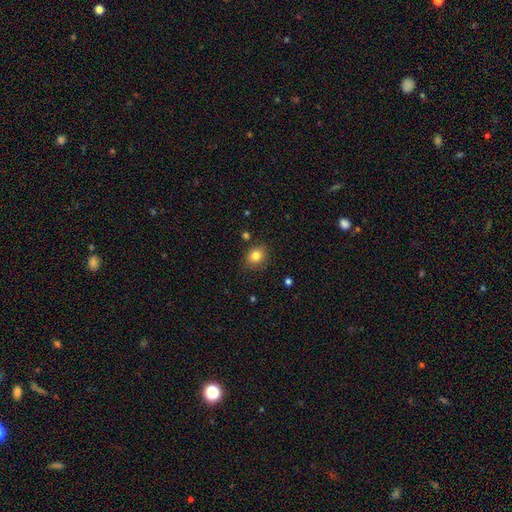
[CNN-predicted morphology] Smooth or featured? smooth (82%)
How rounded? round (62%)
Merging? none (84%)